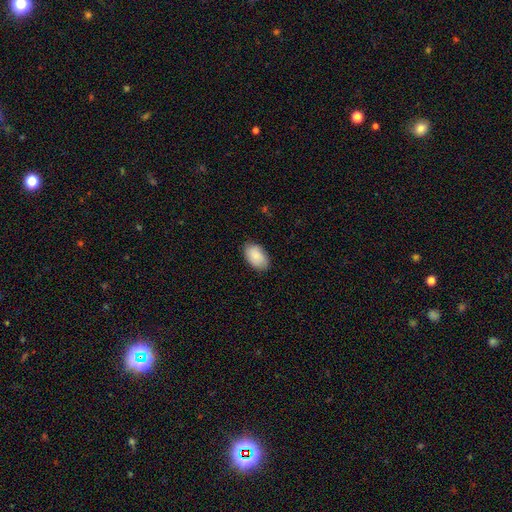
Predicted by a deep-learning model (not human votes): This appears to be a smooth galaxy with no disk features (86%) that is in between round and cigar-shaped (93%). Merging: none (83%).